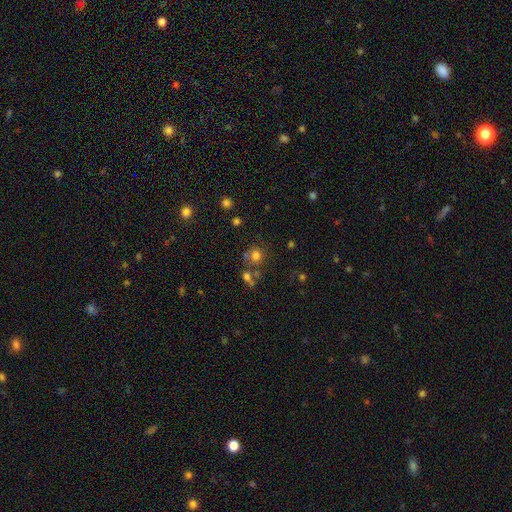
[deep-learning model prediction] A smooth galaxy with no disk features (71%) that is round (82%).

Vote fractions:
- Smooth or featured? smooth: 71% / star or artifact: 18% / featured or disk: 10%
- How rounded? round: 82% / in between: 17% / cigar-shaped: 1%
- Merging? none: 60% / merger: 21% / minor disturbance: 12% / major disturbance: 6%